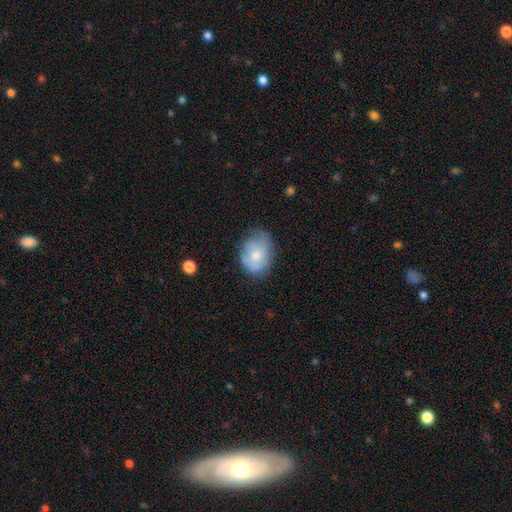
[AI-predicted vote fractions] The model was most divided on "merging": none: 56%, minor disturbance: 32%, major disturbance: 11%, merger: 2%. More confident: how rounded — in between (64%); smooth or featured — smooth (62%).